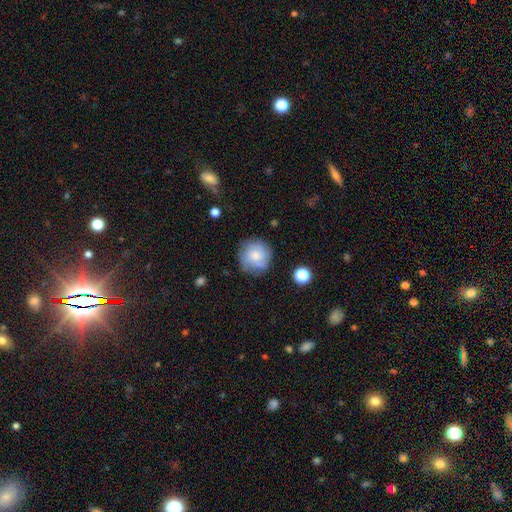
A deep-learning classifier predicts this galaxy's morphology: type=smooth (57%); roundness=round (92%); merging=none (74%).